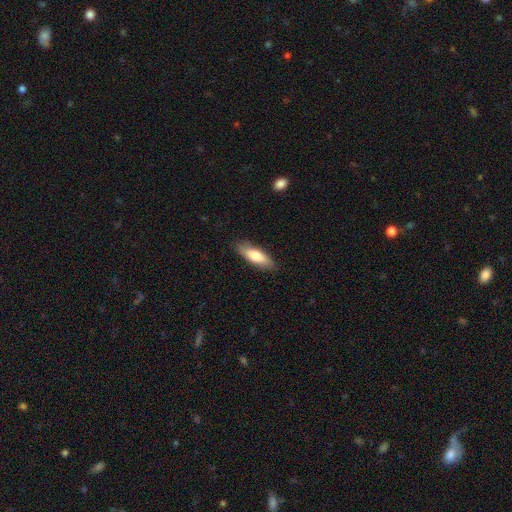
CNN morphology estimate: Smooth or featured: smooth — 71% (featured or disk — 23%)
How rounded: in between — 55% (cigar-shaped — 43%)
Merging: none — 86% (minor disturbance — 11%)